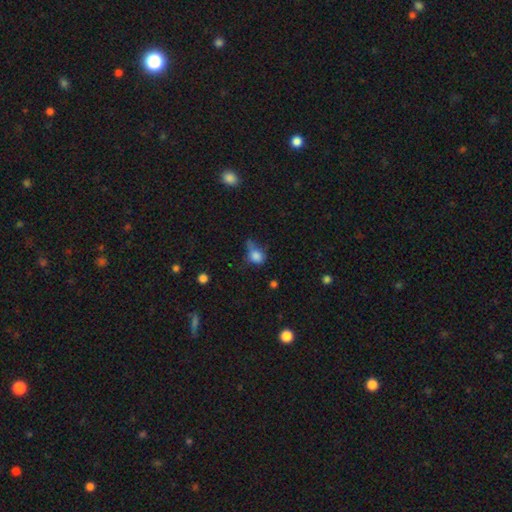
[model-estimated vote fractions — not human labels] smooth 79%, star or artifact 12%, featured or disk 9%. Down the decision tree: how rounded — round (57%); merging — none (38%).